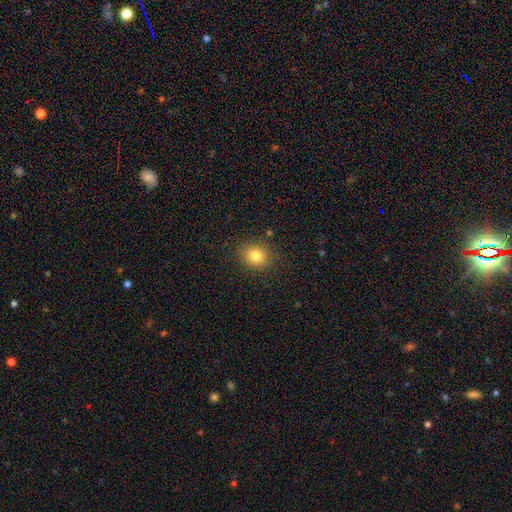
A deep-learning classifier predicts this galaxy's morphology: Smooth or featured: smooth — 82% (star or artifact — 11%)
How rounded: round — 68% (in between — 32%)
Merging: none — 86% (minor disturbance — 10%)